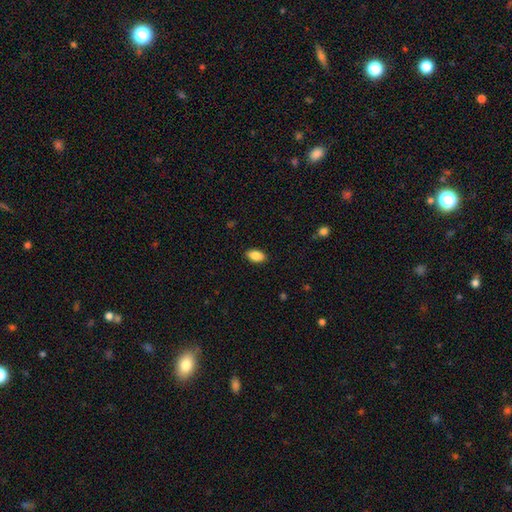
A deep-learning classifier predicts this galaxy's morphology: Smooth or featured?
  - smooth: 86% *
  - star or artifact: 7%
  - featured or disk: 6%
How rounded?
  - in between: 92% *
  - round: 5%
  - cigar-shaped: 3%
Merging?
  - none: 89% *
  - minor disturbance: 8%
  - major disturbance: 2%
  - merger: 1%